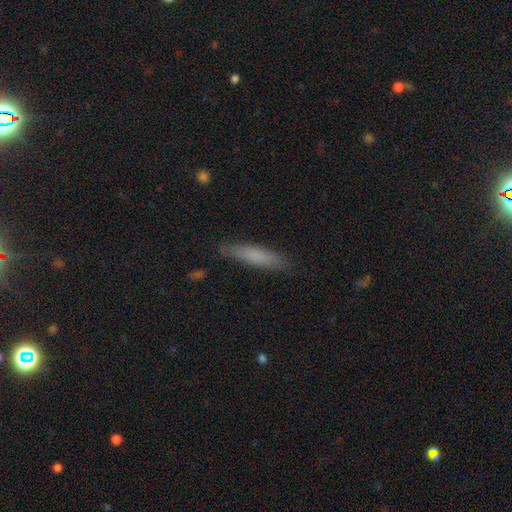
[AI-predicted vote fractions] smooth-or-featured: smooth: 76% | featured or disk: 17% | star or artifact: 7%
  how-rounded: cigar-shaped: 84% | in between: 15% | round: 1%
  merging: none: 85% | minor disturbance: 11% | major disturbance: 2% | merger: 1%